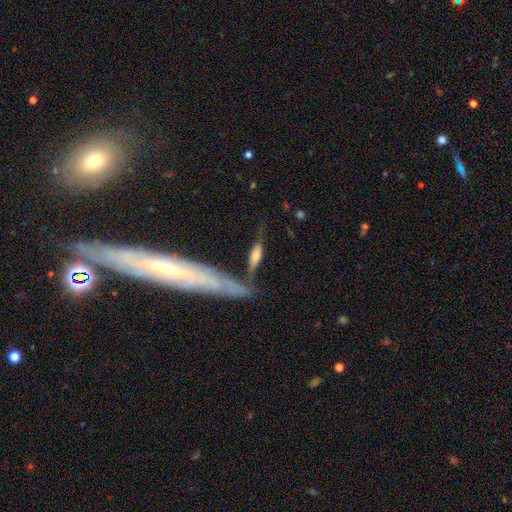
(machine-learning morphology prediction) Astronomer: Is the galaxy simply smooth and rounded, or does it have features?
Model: smooth — 52% (runner-up: featured or disk, 40%).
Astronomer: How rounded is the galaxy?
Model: cigar-shaped — 60% (runner-up: in between, 37%).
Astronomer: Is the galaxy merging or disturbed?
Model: none — 52%.